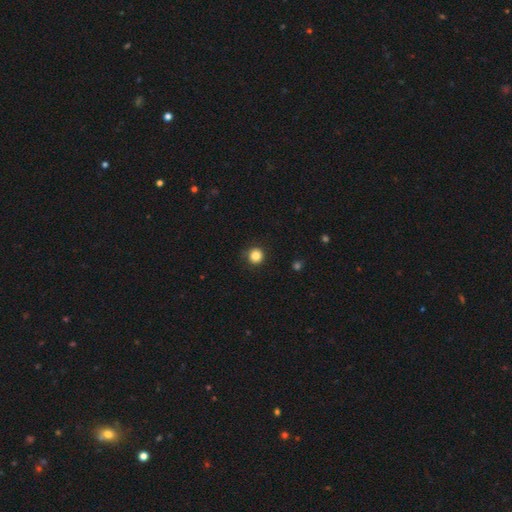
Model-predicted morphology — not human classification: Q: Smooth or featured?
A: smooth (84%); runner-up: star or artifact (12%)
Q: How rounded?
A: round (94%); runner-up: in between (5%)
Q: Merging?
A: none (88%); runner-up: minor disturbance (9%)